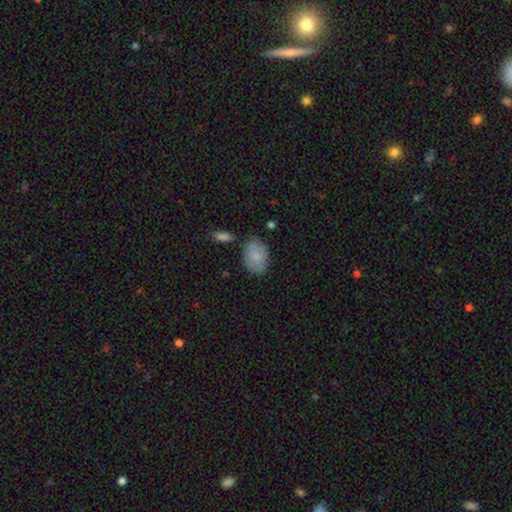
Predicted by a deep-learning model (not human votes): smooth-or-featured: smooth: 82% | featured or disk: 11% | star or artifact: 6%
  how-rounded: in between: 83% | round: 16% | cigar-shaped: 1%
  merging: none: 75% | minor disturbance: 17% | merger: 5% | major disturbance: 4%